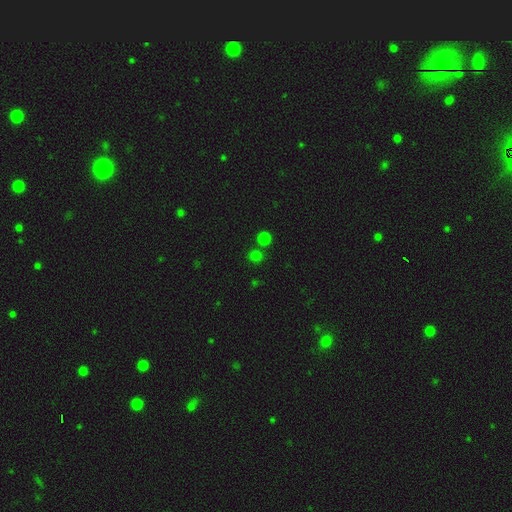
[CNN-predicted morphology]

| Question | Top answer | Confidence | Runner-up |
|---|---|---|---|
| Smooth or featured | smooth | 73% | star or artifact (23%) |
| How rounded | round | 90% | in between (9%) |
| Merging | none | 77% | merger (15%) |